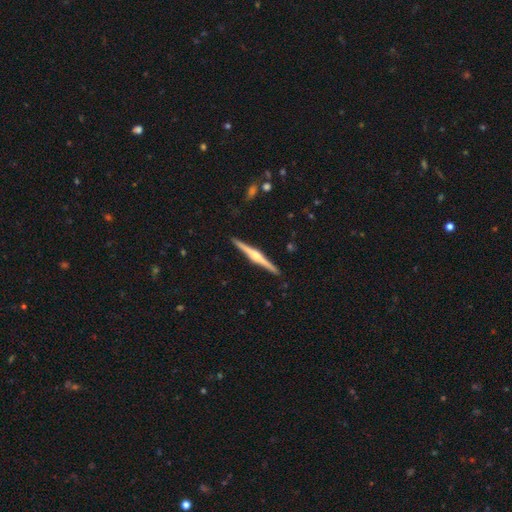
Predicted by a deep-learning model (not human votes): Overall: featured or disk (80%). Edge-on disk: yes (99%). Edge-on bulge: rounded (87%). Merging: none (92%).